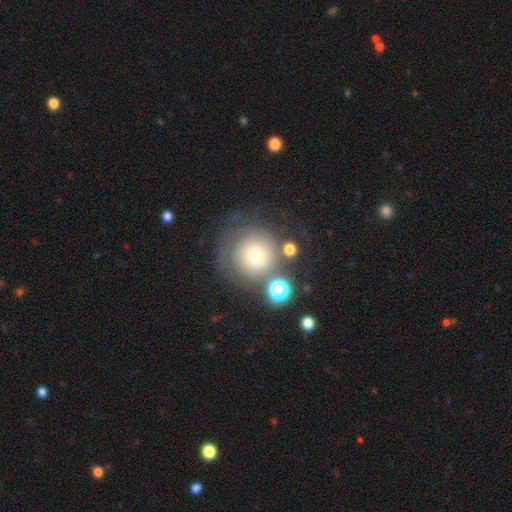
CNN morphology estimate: smooth-or-featured: smooth: 46% | featured or disk: 41% | star or artifact: 13%
  merging: none: 62% | minor disturbance: 16% | major disturbance: 14% | merger: 8%